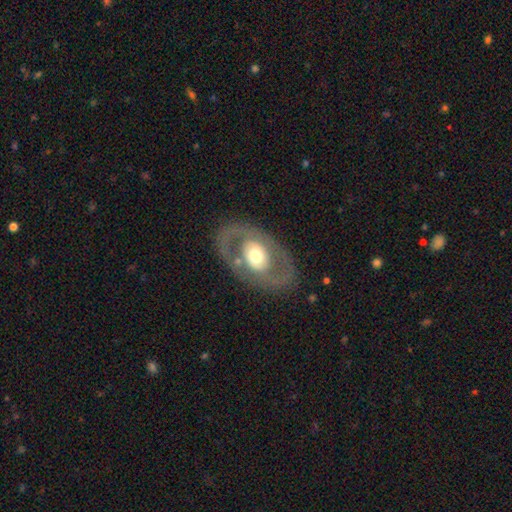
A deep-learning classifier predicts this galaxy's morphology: Smooth or featured? Predicted: featured or disk (p=0.62). Edge-on disk? Predicted: no (p=0.91). Bar? Predicted: no (p=0.78). Spiral arms? Predicted: no (p=0.76). Bulge size? Predicted: moderate (p=0.58). Merging? Predicted: none (p=0.78).